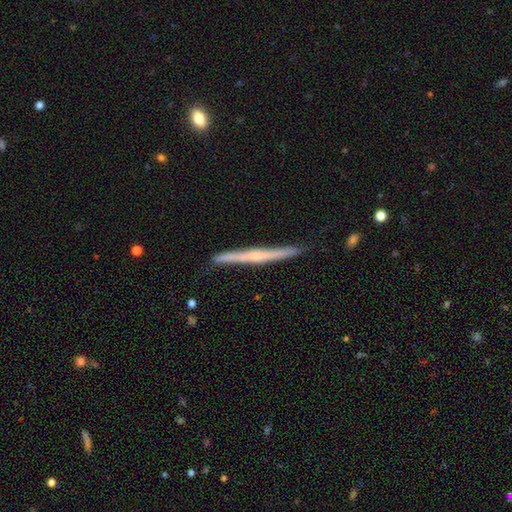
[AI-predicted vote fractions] A featured or disk galaxy (68%) viewed edge-on (97%) with a rounded central bulge (57%).

Vote fractions:
- Smooth or featured? featured or disk: 68% / smooth: 26% / star or artifact: 6%
- Edge-on disk? yes: 97% / no: 3%
- Edge-on bulge? rounded: 57% / none: 37% / boxy: 7%
- Merging? none: 85% / minor disturbance: 12% / major disturbance: 2% / merger: 2%